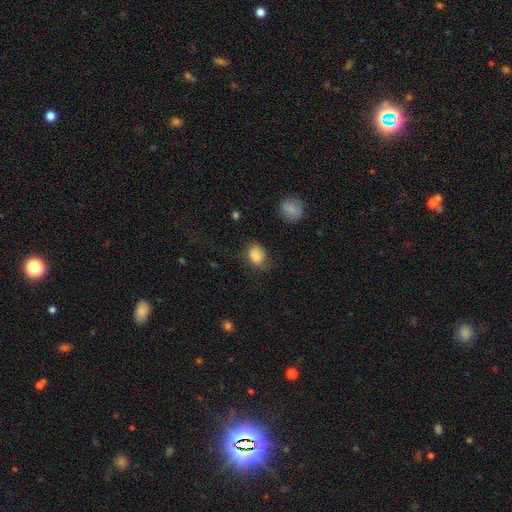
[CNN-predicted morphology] smooth-or-featured: smooth: 82% | featured or disk: 9% | star or artifact: 8%
  how-rounded: in between: 65% | round: 34% | cigar-shaped: 1%
  merging: none: 53% | minor disturbance: 31% | major disturbance: 14% | merger: 2%